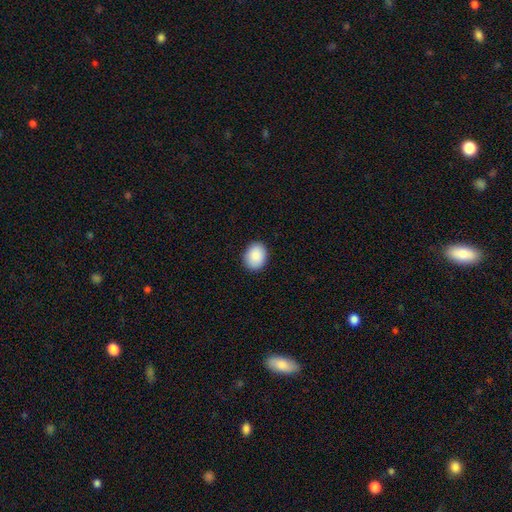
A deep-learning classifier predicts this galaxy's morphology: smooth_or_featured: smooth (p=0.90) [alt: star or artifact p=0.07]
how_rounded: in between (p=0.57) [alt: round p=0.42]
merging: none (p=0.90) [alt: minor disturbance p=0.08]